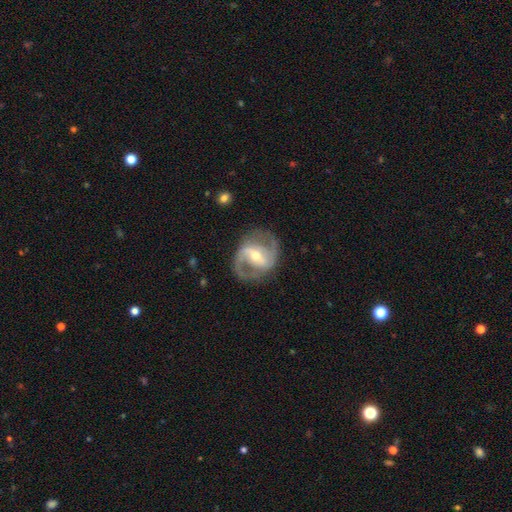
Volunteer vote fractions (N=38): Morphology: type=featured or disk (92%); edge-on=no (100%); bar=strong (49%); spiral arms=yes (91%); winding=medium (62%); arm count=2 (97%); bulge=moderate (51%); merging=none (65%).